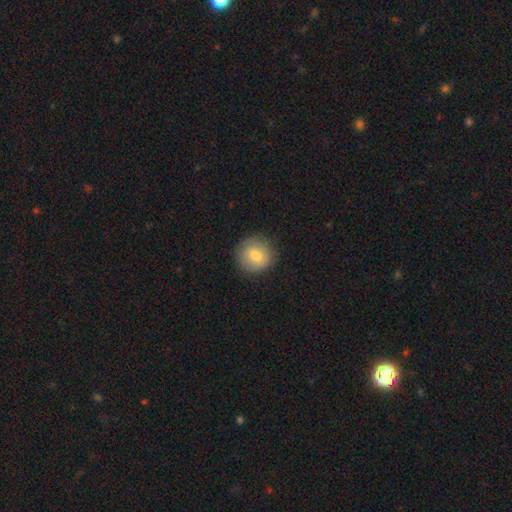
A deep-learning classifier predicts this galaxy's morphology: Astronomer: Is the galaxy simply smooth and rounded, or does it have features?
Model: smooth — 74%.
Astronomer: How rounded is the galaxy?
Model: round — 92%.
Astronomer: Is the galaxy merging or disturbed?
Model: none — 85%.